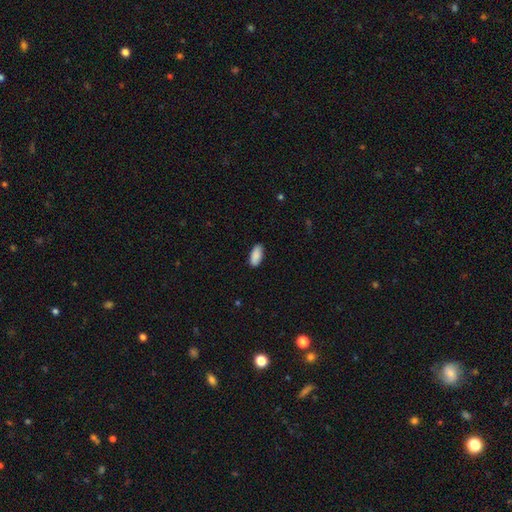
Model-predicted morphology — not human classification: This appears to be a smooth galaxy with no disk features (91%) that is in between round and cigar-shaped (88%). Merging: none (88%).